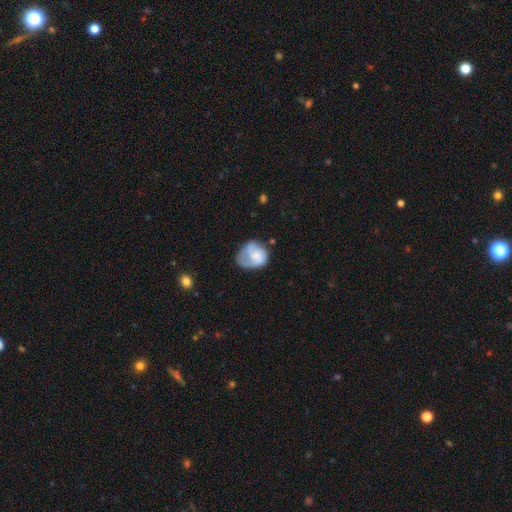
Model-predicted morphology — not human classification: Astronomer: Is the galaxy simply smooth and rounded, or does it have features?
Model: smooth — 57% (runner-up: featured or disk, 36%).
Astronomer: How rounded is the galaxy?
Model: round — 54% (runner-up: in between, 45%).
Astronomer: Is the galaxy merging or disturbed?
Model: none — 34% (runner-up: minor disturbance, 31%).